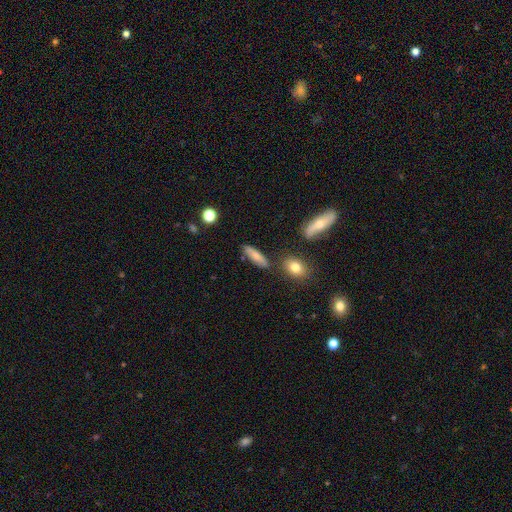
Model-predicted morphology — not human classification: Smooth or featured? smooth (75%)
How rounded? cigar-shaped (60%)
Merging? none (80%)